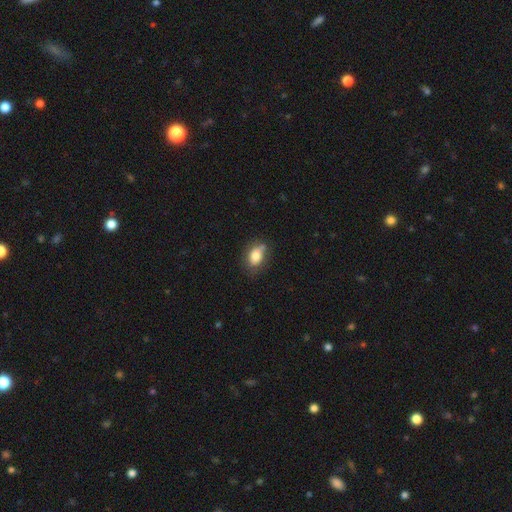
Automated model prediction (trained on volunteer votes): Smooth or featured? Predicted: smooth (p=0.79). How rounded? Predicted: in between (p=0.79). Merging? Predicted: none (p=0.60).